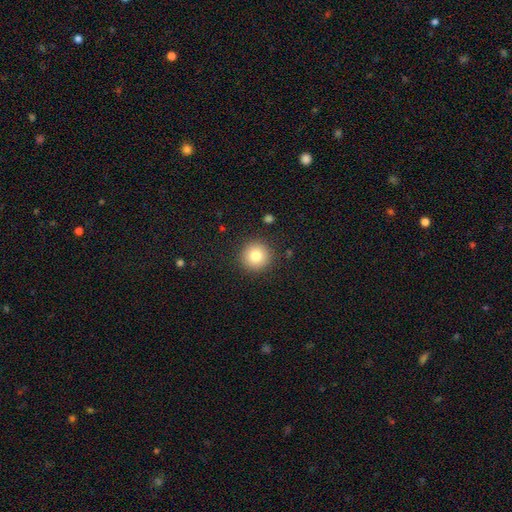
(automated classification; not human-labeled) This appears to be a smooth galaxy with no disk features (82%) that is round (95%). Merging: none (90%).